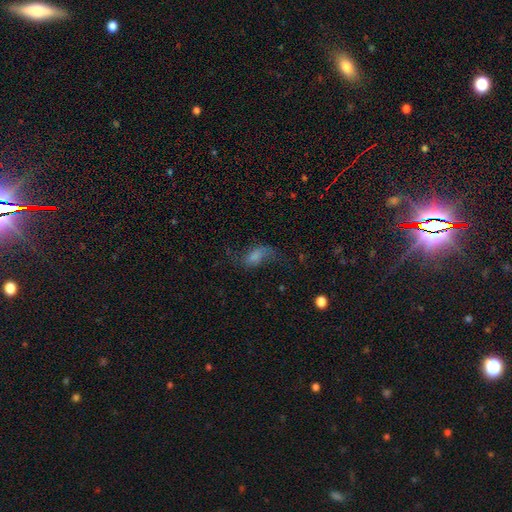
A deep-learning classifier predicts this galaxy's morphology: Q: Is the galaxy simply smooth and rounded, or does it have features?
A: smooth — 48%.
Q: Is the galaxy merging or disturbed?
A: none — 43%.